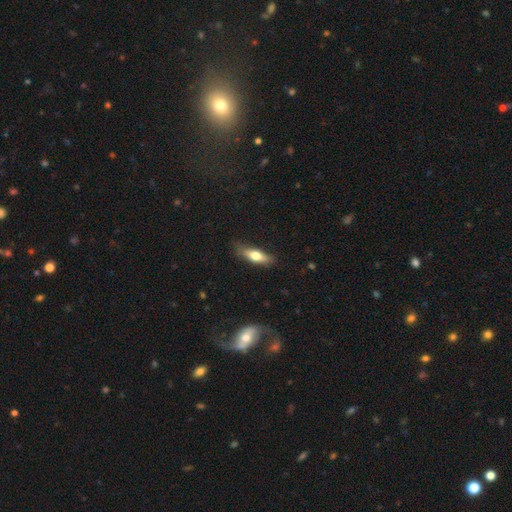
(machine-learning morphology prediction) Smooth or featured?
  - smooth: 64% *
  - featured or disk: 29%
  - star or artifact: 6%
How rounded?
  - in between: 49% * (tied)
  - cigar-shaped: 49% * (tied)
  - round: 3%
Merging?
  - none: 76% *
  - minor disturbance: 18%
  - major disturbance: 4%
  - merger: 1%